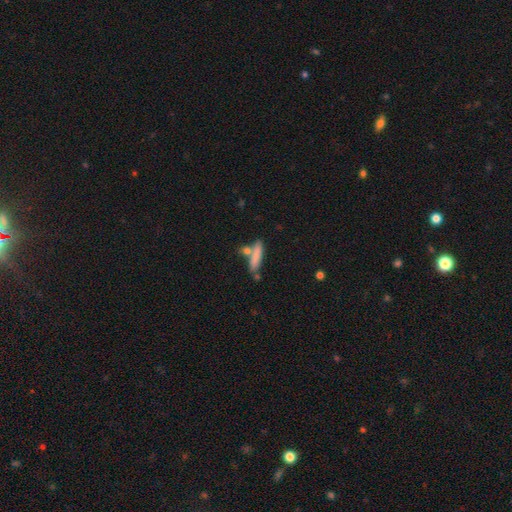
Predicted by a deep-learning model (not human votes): Smooth or featured? Predicted: smooth (p=0.79). How rounded? Predicted: cigar-shaped (p=0.78). Merging? Predicted: none (p=0.64).